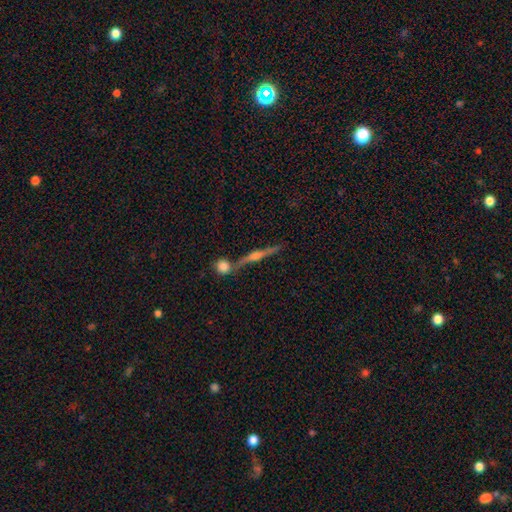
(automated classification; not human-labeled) Morphology: type=featured or disk (78%); edge-on=yes (96%); edge-on bulge=rounded (87%); merging=none (74%).